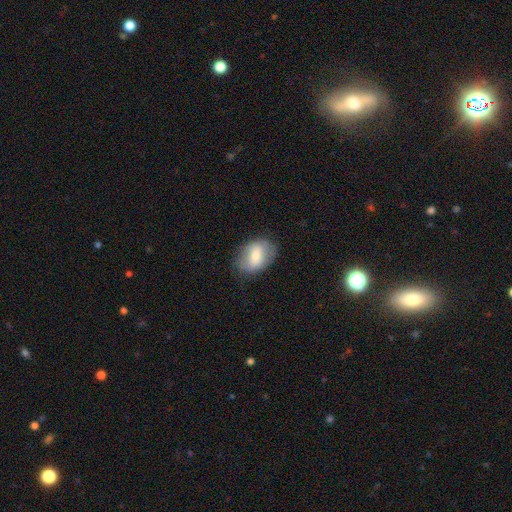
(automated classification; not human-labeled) A smooth galaxy with no disk features (66%) that is in between round and cigar-shaped (82%). Merging: none (74%).